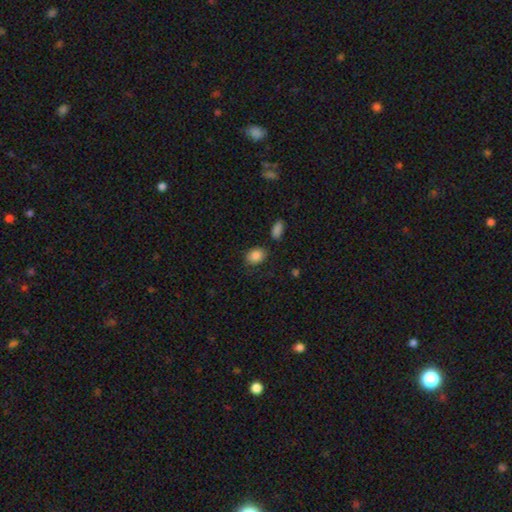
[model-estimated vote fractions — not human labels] Smooth or featured? Predicted: smooth (p=0.87). How rounded? Predicted: in between (p=0.66). Merging? Predicted: none (p=0.76).